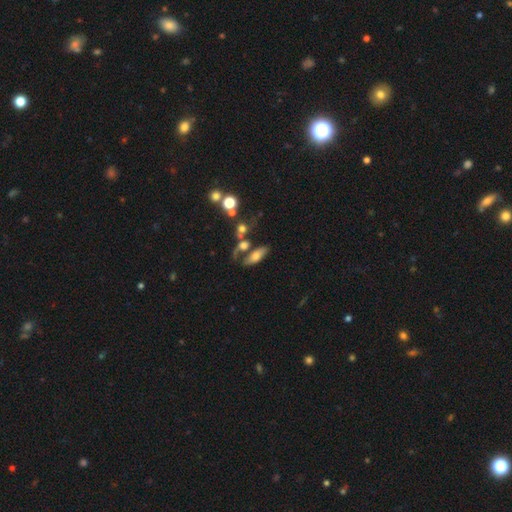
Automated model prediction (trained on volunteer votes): Smooth or featured? Predicted: smooth (p=0.62). How rounded? Predicted: in between (p=0.73). Merging? Predicted: none (p=0.47).